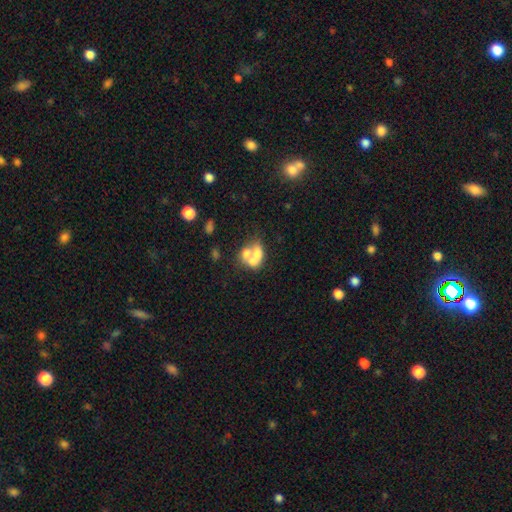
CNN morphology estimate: Smooth or featured?
  - smooth: 51% *
  - featured or disk: 38%
  - star or artifact: 11%
How rounded?
  - in between: 69% *
  - round: 29%
  - cigar-shaped: 2%
Merging?
  - merger: 67% *
  - none: 17%
  - major disturbance: 8%
  - minor disturbance: 8%